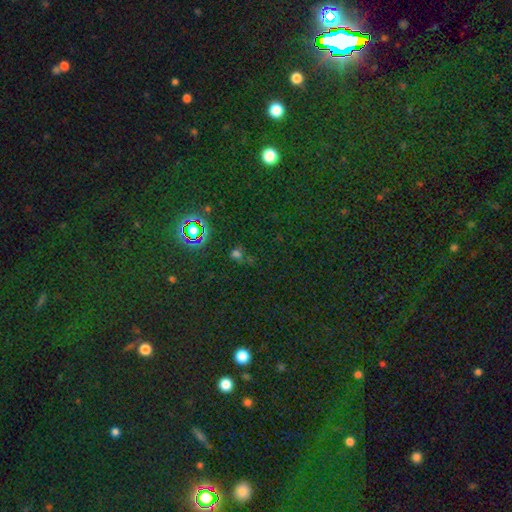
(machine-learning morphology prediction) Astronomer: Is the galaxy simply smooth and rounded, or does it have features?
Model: star or artifact — 75%.